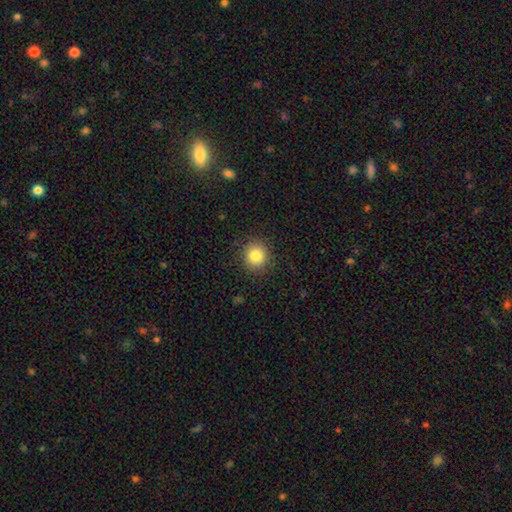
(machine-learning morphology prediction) A smooth galaxy with no disk features (83%) that is round (91%). Merging: none (90%).